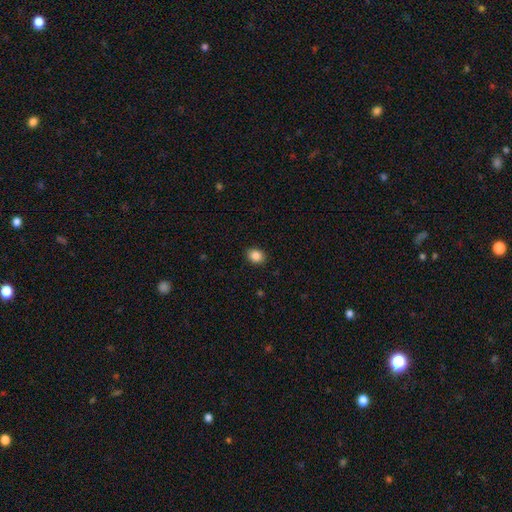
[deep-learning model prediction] Smooth or featured: smooth — 87% (star or artifact — 9%)
How rounded: in between — 53% (round — 46%)
Merging: none — 89% (minor disturbance — 8%)